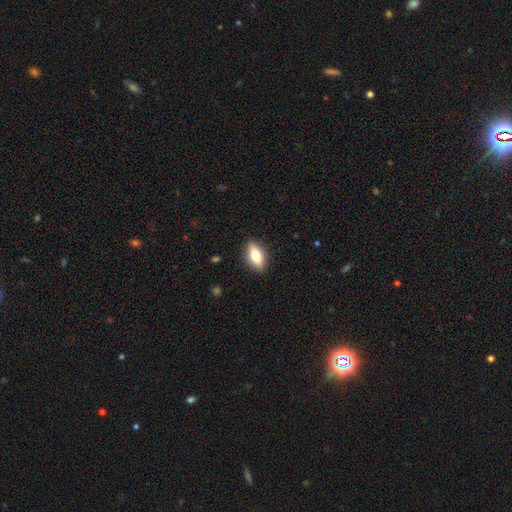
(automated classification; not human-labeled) The model was most divided on "smooth or featured": smooth: 62%, featured or disk: 31%, star or artifact: 7%. More confident: merging — none (88%); how rounded — in between (80%).